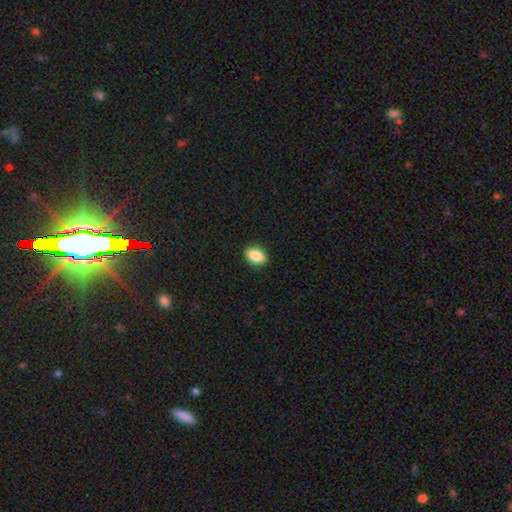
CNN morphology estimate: Smooth or featured? smooth (85%)
How rounded? in between (87%)
Merging? none (89%)